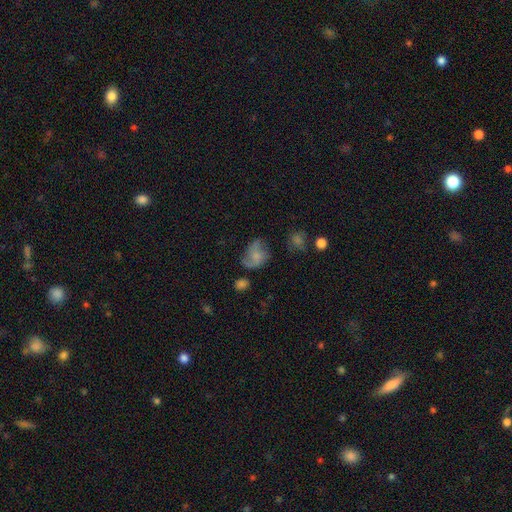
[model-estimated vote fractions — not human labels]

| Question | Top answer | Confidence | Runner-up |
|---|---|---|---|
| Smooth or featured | smooth | 45% | featured or disk (44%) |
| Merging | none | 46% | minor disturbance (29%) |